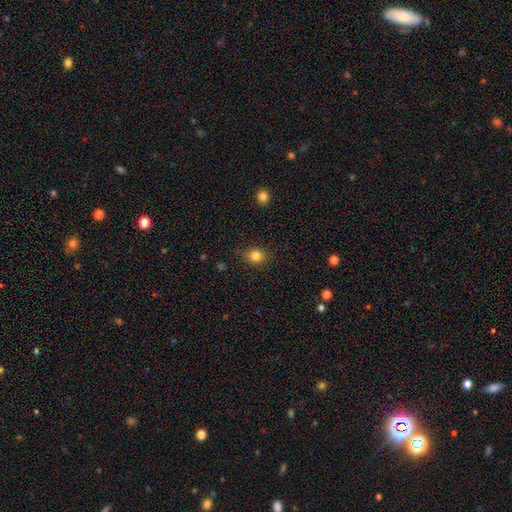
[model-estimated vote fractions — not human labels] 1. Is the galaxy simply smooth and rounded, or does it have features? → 83% smooth, 11% star or artifact, 6% featured or disk.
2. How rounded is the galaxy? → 63% round, 36% in between, 1% cigar-shaped.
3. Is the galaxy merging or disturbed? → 86% none, 10% minor disturbance, 3% major disturbance, 1% merger.